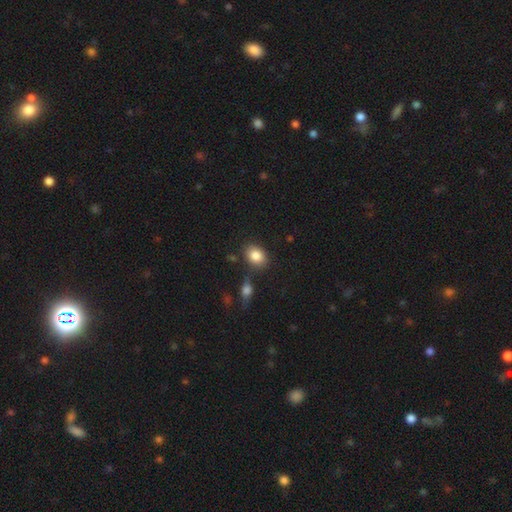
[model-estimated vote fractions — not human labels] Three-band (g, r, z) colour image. It shows a smooth galaxy with no disk features (84%) that is in between round and cigar-shaped (67%). Merging: none (77%).